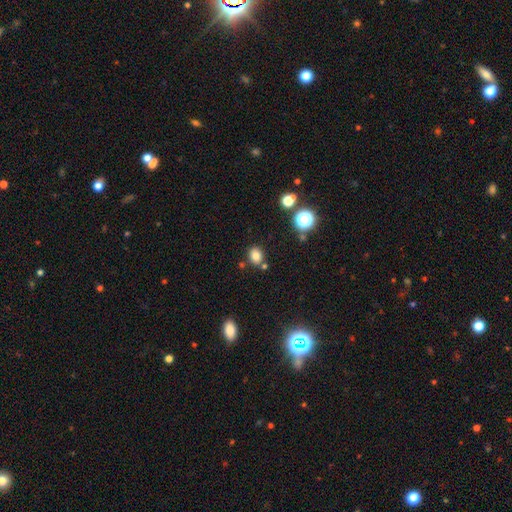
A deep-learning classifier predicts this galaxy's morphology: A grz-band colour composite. It shows a smooth galaxy with no disk features (80%) that is round (56%). Merging: none (77%).